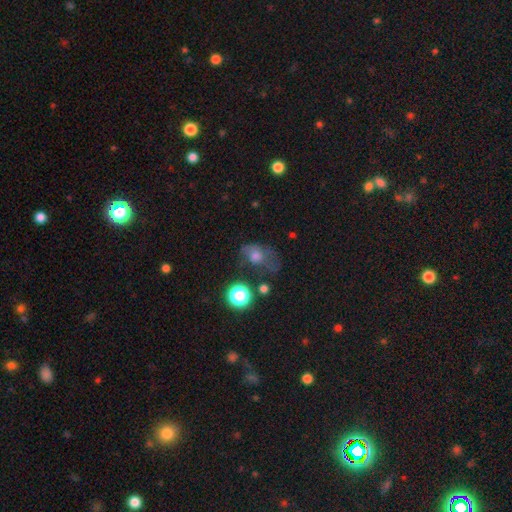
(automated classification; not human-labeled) Smooth or featured?
  - smooth: 56% *
  - featured or disk: 27%
  - star or artifact: 17%
How rounded?
  - in between: 63% *
  - round: 35%
  - cigar-shaped: 2%
Merging?
  - none: 39% *
  - major disturbance: 29%
  - minor disturbance: 27%
  - merger: 5%